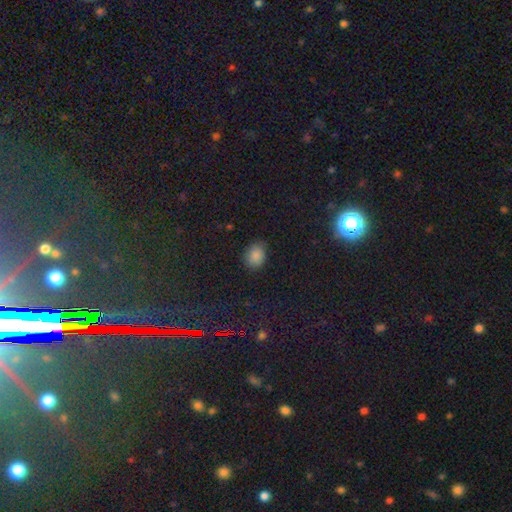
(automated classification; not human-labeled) smooth-or-featured: smooth: 84% | star or artifact: 11% | featured or disk: 5%
  how-rounded: in between: 56% | round: 43% | cigar-shaped: 1%
  merging: none: 78% | minor disturbance: 18% | major disturbance: 3% | merger: 1%